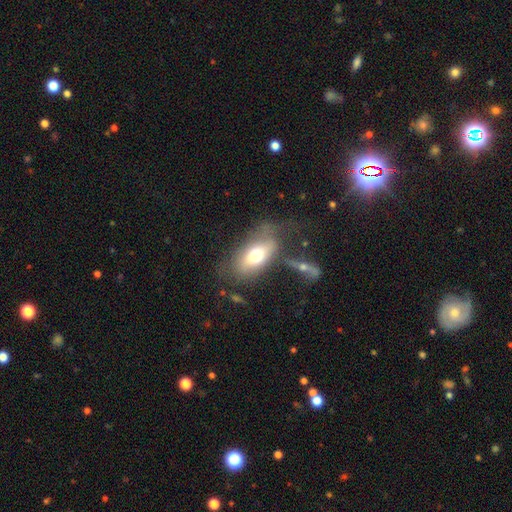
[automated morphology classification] type=smooth (63%); roundness=in between (88%); merging=none (49%).